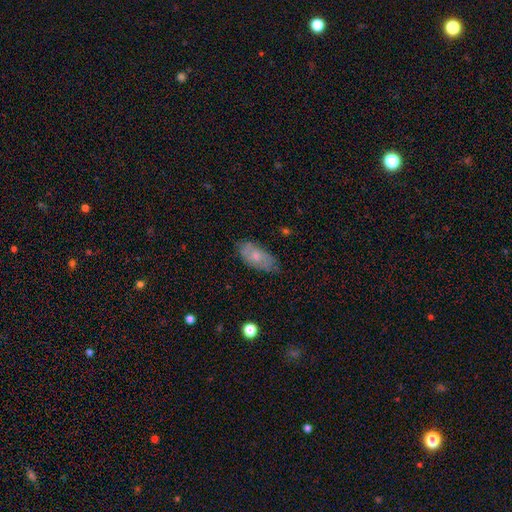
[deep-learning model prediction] Overall: smooth (59%; featured or disk 34%). How rounded: in between (89%). Merging: none (72%).